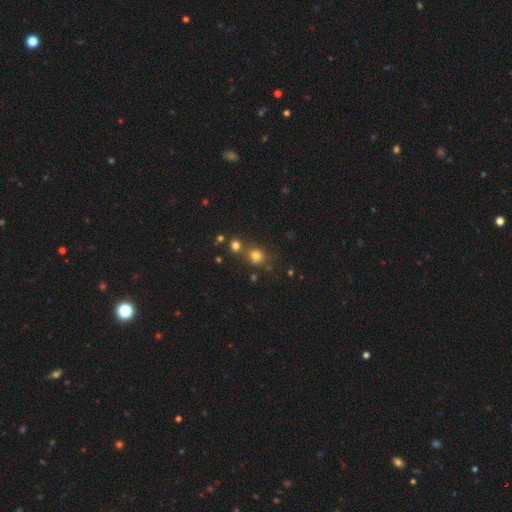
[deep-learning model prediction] Morphology: type=smooth (74%); roundness=round (79%); merging=none (64%).